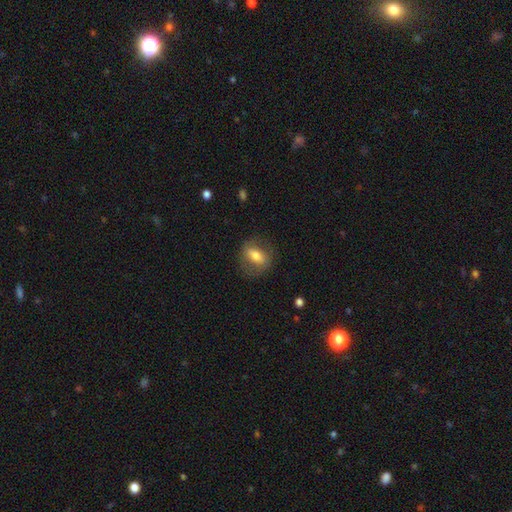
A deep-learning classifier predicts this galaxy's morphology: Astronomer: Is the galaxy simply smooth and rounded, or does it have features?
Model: smooth — 57% (runner-up: featured or disk, 35%).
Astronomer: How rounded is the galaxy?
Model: in between — 66%.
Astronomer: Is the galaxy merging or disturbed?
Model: none — 76%.